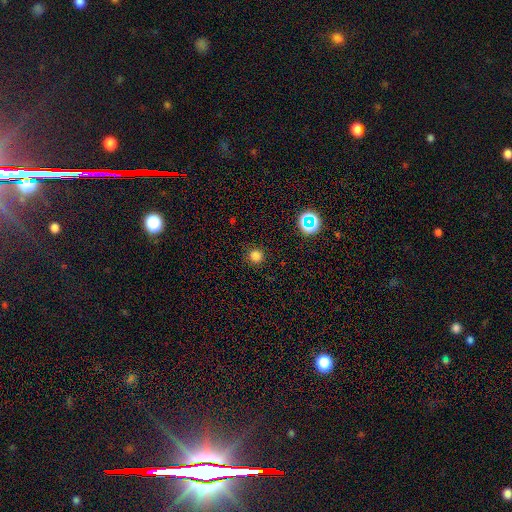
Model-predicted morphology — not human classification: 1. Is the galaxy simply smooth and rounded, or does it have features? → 79% smooth, 16% star or artifact, 5% featured or disk.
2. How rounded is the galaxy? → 95% round, 4% in between, 1% cigar-shaped.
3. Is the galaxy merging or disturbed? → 89% none, 7% minor disturbance, 2% major disturbance, 1% merger.